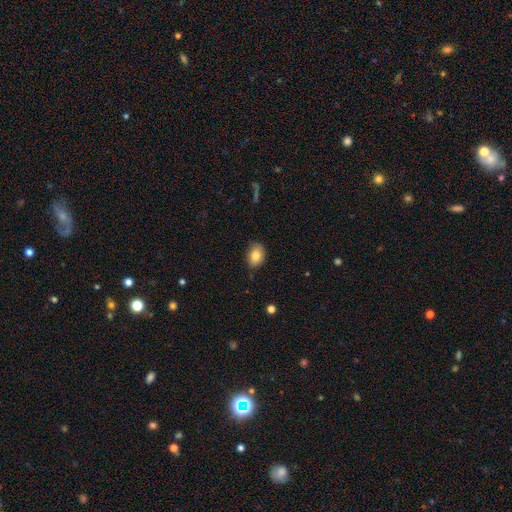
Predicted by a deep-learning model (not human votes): smooth_or_featured: smooth (p=0.81) [alt: featured or disk p=0.11]
how_rounded: in between (p=0.75) [alt: round p=0.24]
merging: none (p=0.77) [alt: minor disturbance p=0.19]